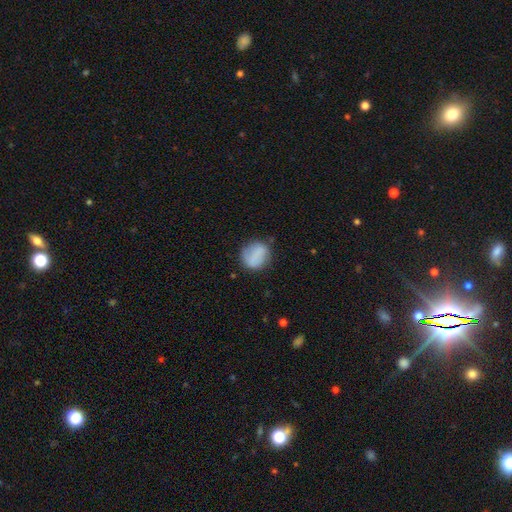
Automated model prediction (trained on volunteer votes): Smooth or featured?
  - smooth: 79% *
  - featured or disk: 14%
  - star or artifact: 7%
How rounded?
  - round: 72% *
  - in between: 27%
  - cigar-shaped: 1%
Merging?
  - none: 68% *
  - minor disturbance: 22%
  - major disturbance: 7%
  - merger: 3%